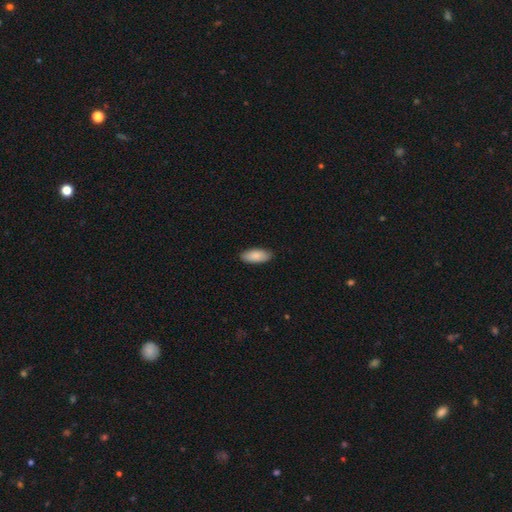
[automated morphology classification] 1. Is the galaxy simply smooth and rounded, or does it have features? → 88% smooth, 7% featured or disk, 6% star or artifact.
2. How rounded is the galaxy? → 87% in between, 12% cigar-shaped, 2% round.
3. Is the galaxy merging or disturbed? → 89% none, 8% minor disturbance, 2% major disturbance, 1% merger.